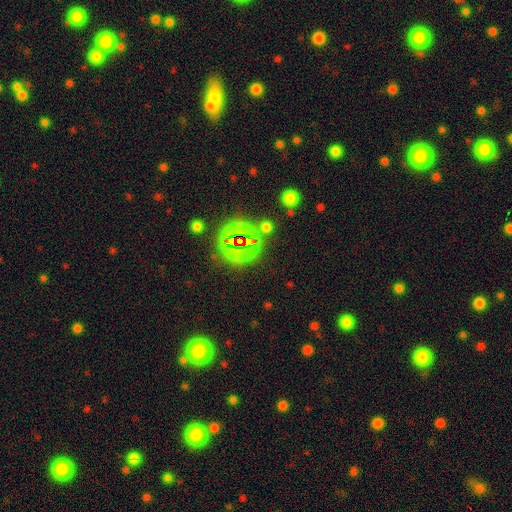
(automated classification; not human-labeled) A star or artifact, not a galaxy (72%).